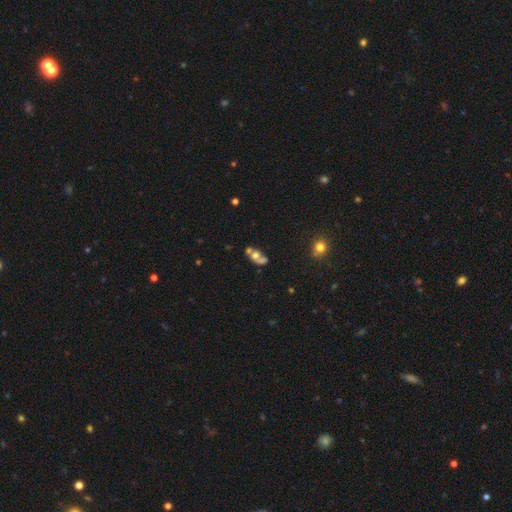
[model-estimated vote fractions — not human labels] Smooth or featured? smooth (50%)
How rounded? in between (61%)
Merging? merger (54%)